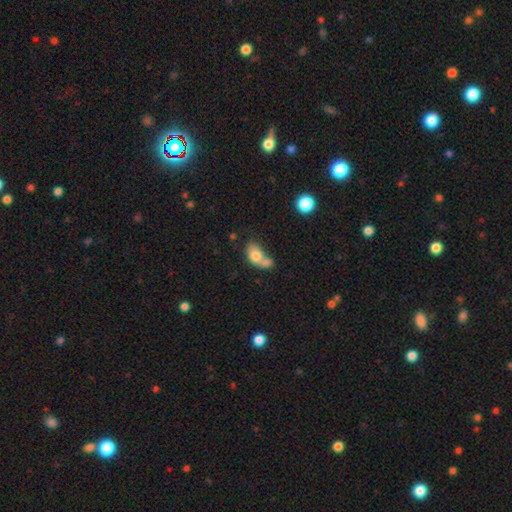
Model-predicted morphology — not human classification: This appears to be a smooth galaxy with no disk features (75%) that is in between round and cigar-shaped (79%). Merging: merger (64%).